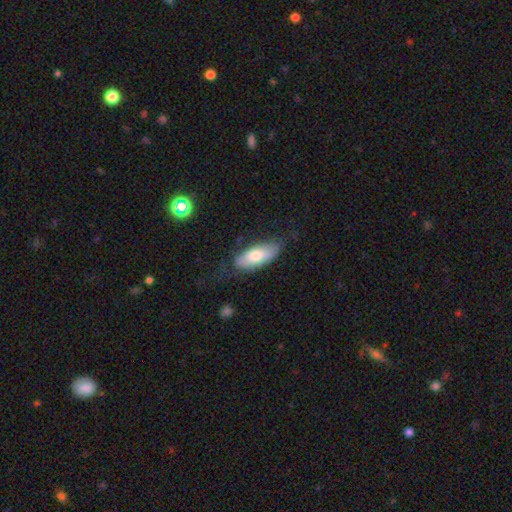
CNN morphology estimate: The model was most divided on "merging": none: 63%, minor disturbance: 26%, major disturbance: 9%, merger: 2%. More confident: how rounded — in between (81%); smooth or featured — smooth (71%).